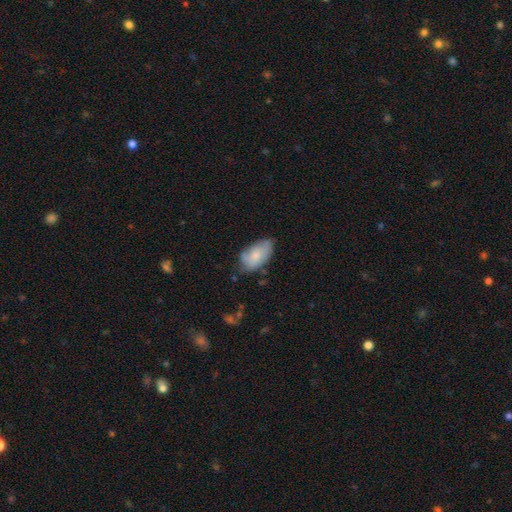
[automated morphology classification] Smooth or featured? Predicted: smooth (p=0.68). How rounded? Predicted: in between (p=0.94). Merging? Predicted: none (p=0.57).